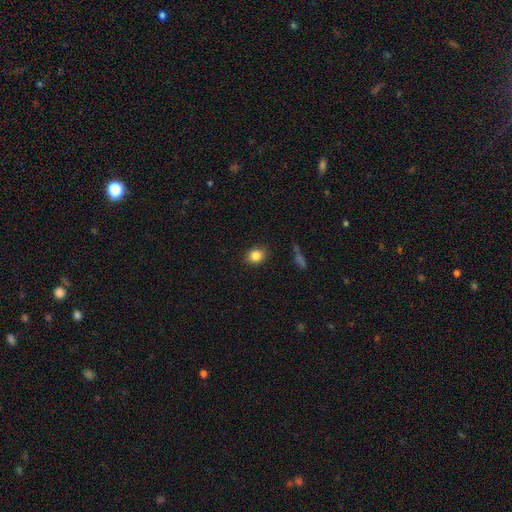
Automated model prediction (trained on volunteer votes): Smooth or featured? Predicted: smooth (p=0.83). How rounded? Predicted: round (p=0.55). Merging? Predicted: none (p=0.86).